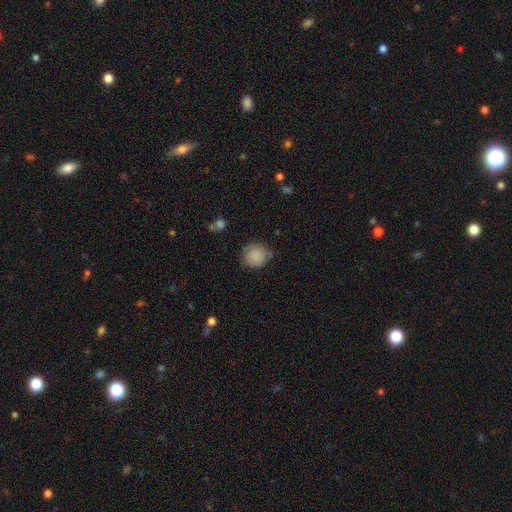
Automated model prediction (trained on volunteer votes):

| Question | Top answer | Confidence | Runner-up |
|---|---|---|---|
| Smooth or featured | smooth | 86% | star or artifact (8%) |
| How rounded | round | 87% | in between (12%) |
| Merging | none | 75% | minor disturbance (18%) |